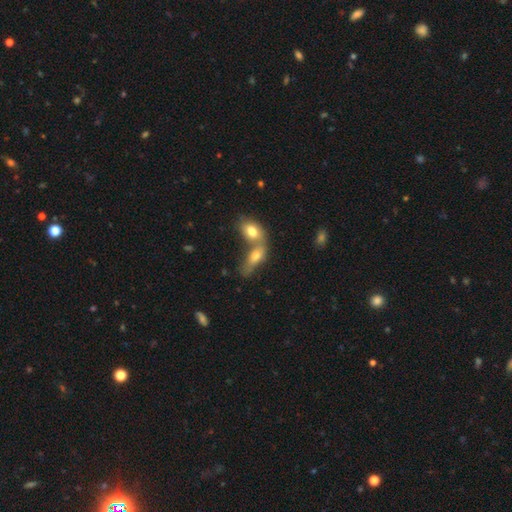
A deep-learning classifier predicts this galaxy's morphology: smooth 69%, featured or disk 23%, star or artifact 9%. Down the decision tree: how rounded — in between (77%); merging — merger (67%).